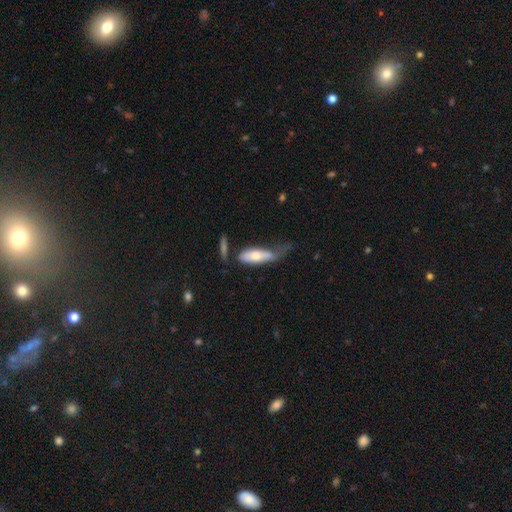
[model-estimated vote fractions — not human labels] Overall: smooth (66%; featured or disk 29%). How rounded: in between (59%; cigar-shaped 39%). Merging: major disturbance (33%; minor disturbance 32%).